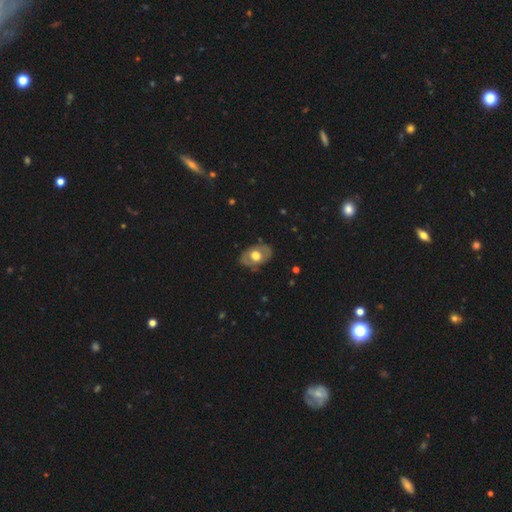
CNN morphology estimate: Smooth or featured? smooth (48%)
Merging? none (77%)